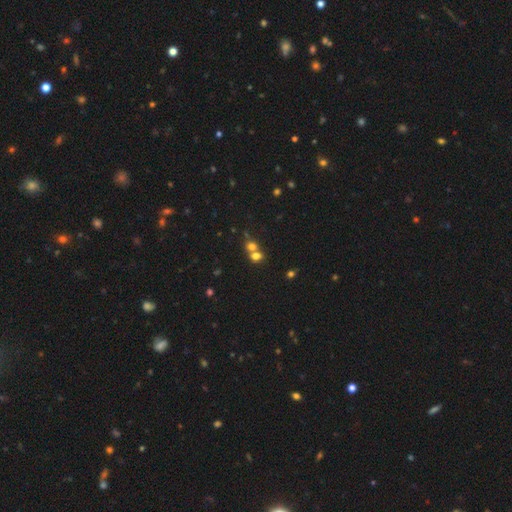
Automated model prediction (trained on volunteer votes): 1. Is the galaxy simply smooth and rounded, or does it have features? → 70% smooth, 18% star or artifact, 13% featured or disk.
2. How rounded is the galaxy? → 64% round, 35% in between, 1% cigar-shaped.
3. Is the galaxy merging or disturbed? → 56% merger, 35% none, 6% minor disturbance, 3% major disturbance.